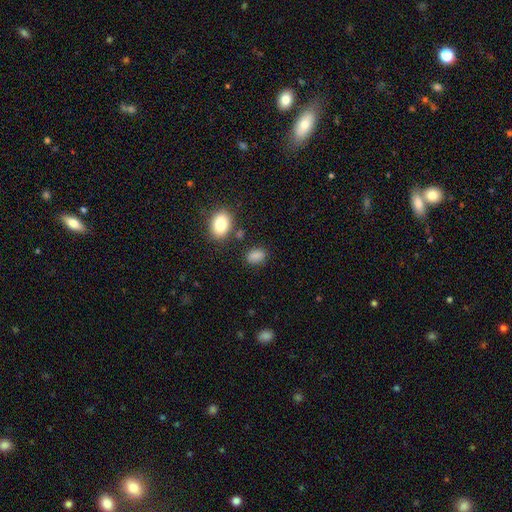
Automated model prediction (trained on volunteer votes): Q: Smooth or featured?
A: smooth (85%); runner-up: star or artifact (10%)
Q: How rounded?
A: in between (80%); runner-up: round (18%)
Q: Merging?
A: none (77%); runner-up: minor disturbance (14%)